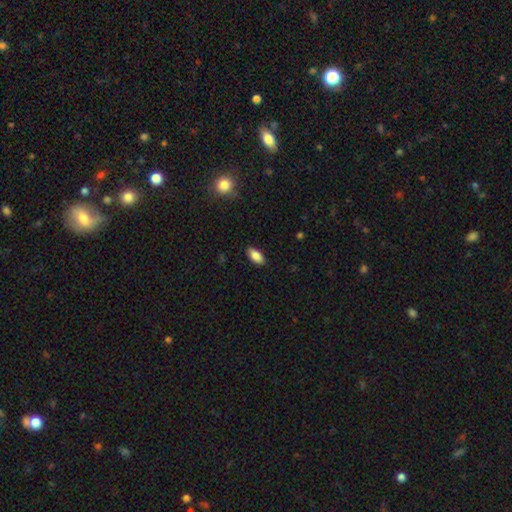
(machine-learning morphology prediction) A smooth galaxy with no disk features (87%) that is in between round and cigar-shaped (89%). Merging: none (88%).